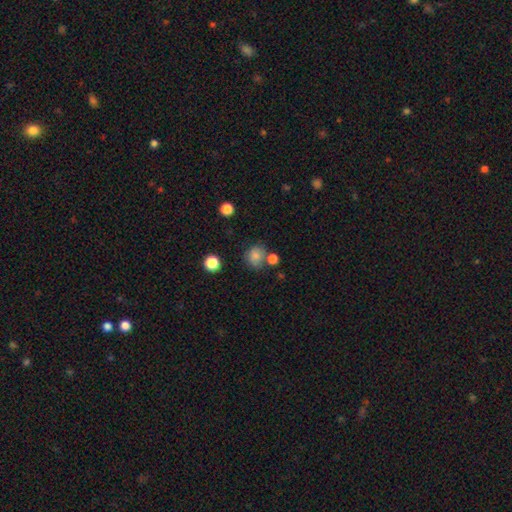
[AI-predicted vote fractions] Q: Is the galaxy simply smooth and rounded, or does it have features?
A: smooth — 81%.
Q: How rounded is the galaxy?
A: round — 81%.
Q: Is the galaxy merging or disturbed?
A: none — 67%.